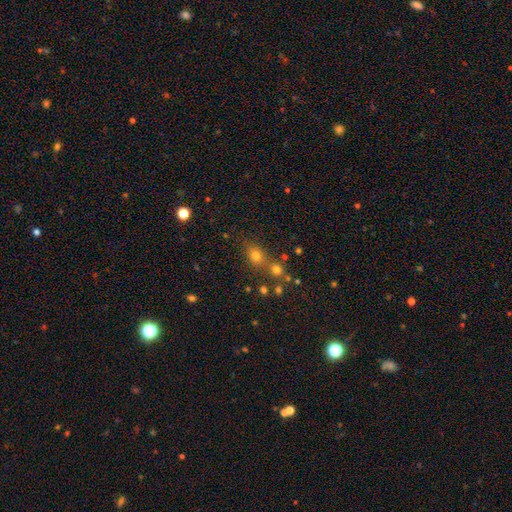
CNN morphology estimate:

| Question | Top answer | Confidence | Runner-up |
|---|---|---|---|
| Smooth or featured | smooth | 71% | star or artifact (19%) |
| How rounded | round | 58% | in between (40%) |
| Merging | none | 56% | merger (28%) |